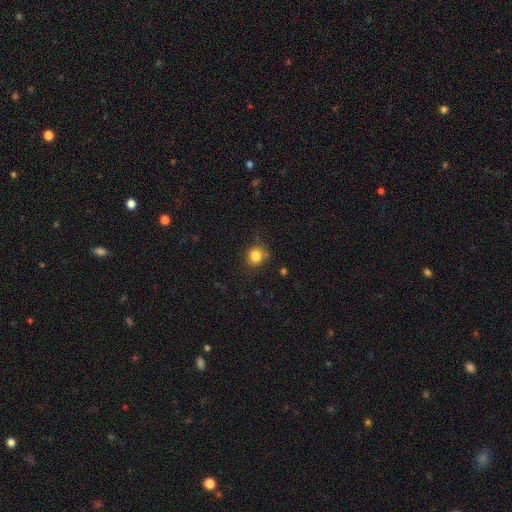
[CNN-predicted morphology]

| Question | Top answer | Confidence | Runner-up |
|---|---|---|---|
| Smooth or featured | smooth | 84% | star or artifact (11%) |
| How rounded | round | 82% | in between (17%) |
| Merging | none | 78% | minor disturbance (15%) |